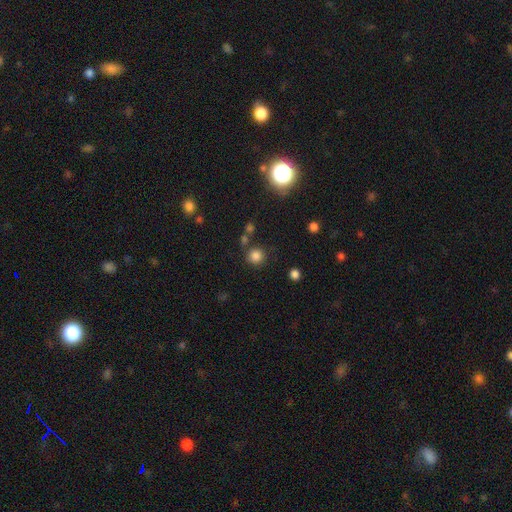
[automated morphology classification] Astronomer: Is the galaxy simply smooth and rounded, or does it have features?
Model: smooth — 82%.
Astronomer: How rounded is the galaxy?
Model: round — 92%.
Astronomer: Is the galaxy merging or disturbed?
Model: none — 79%.